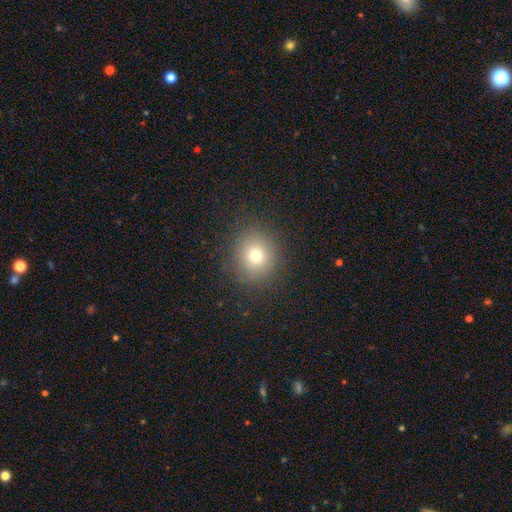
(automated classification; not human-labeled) The model was most divided on "smooth or featured": smooth: 73%, star or artifact: 16%, featured or disk: 11%. More confident: merging — none (87%); how rounded — round (86%).